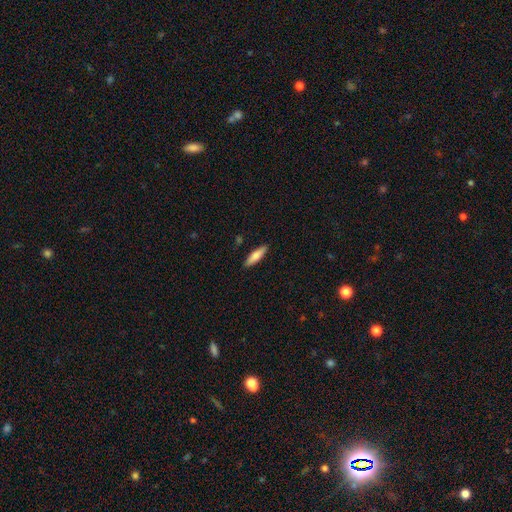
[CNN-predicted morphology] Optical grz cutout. It shows a smooth galaxy with no disk features (71%) that is cigar-shaped (70%). Merging: none (89%).